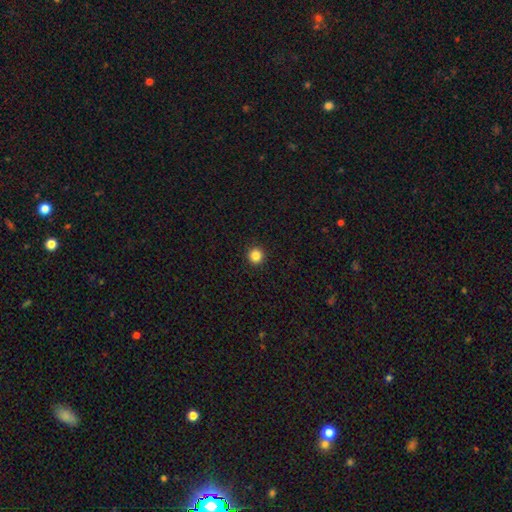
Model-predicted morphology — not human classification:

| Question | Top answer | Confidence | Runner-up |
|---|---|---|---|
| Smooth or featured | smooth | 85% | star or artifact (11%) |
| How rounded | round | 95% | in between (4%) |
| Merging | none | 94% | minor disturbance (4%) |